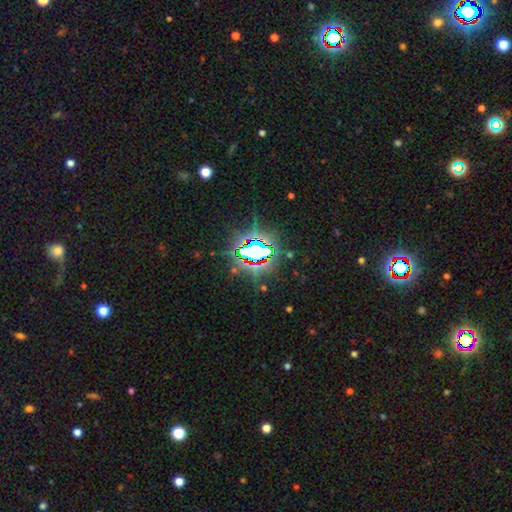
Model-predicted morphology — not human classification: smooth_or_featured: star or artifact (p=0.76) [alt: smooth p=0.13]